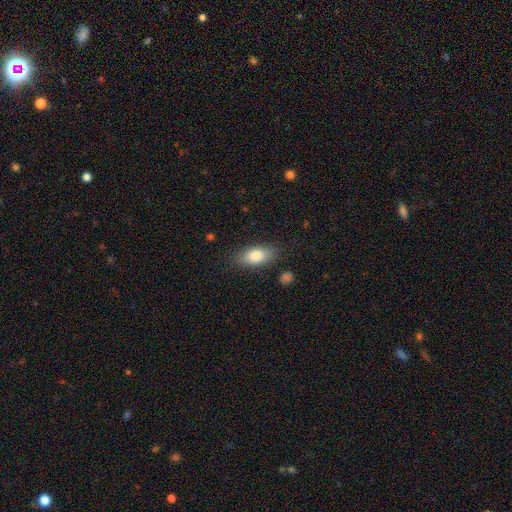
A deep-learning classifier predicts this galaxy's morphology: The model was most divided on "merging": none: 82%, minor disturbance: 13%, major disturbance: 3%, merger: 2%. More confident: how rounded — in between (85%); smooth or featured — smooth (82%).